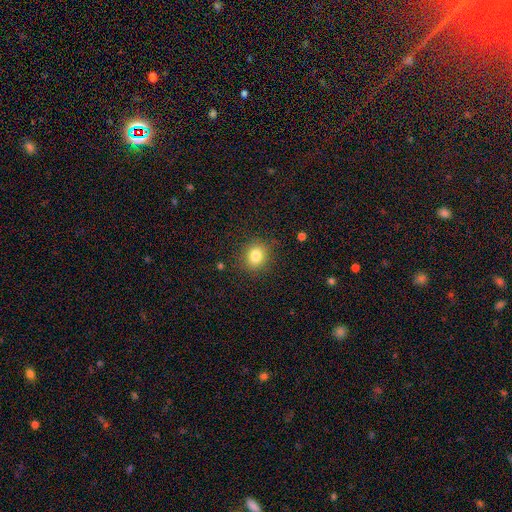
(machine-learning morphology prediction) smooth 82%, star or artifact 11%, featured or disk 7%. Down the decision tree: how rounded — round (73%); merging — none (87%).